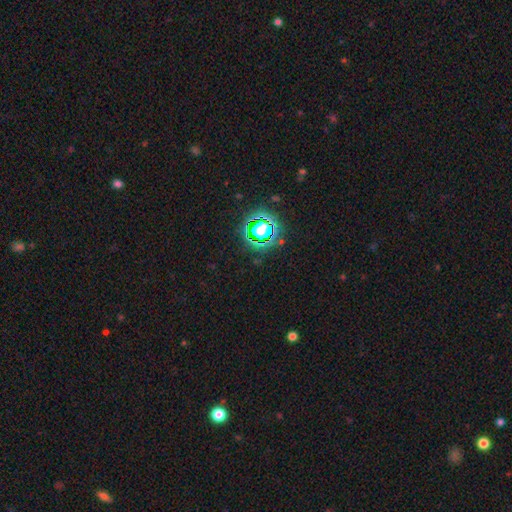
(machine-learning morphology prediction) This is likely a star or artifact rather than a galaxy (79%).